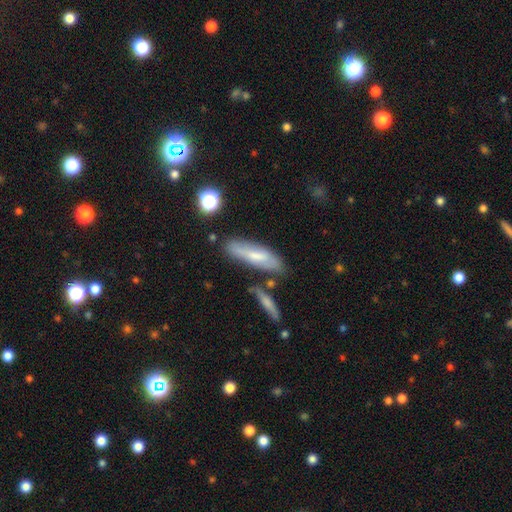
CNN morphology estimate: A smooth galaxy with no disk features (56%) that is cigar-shaped (56%). Merging: none (68%).